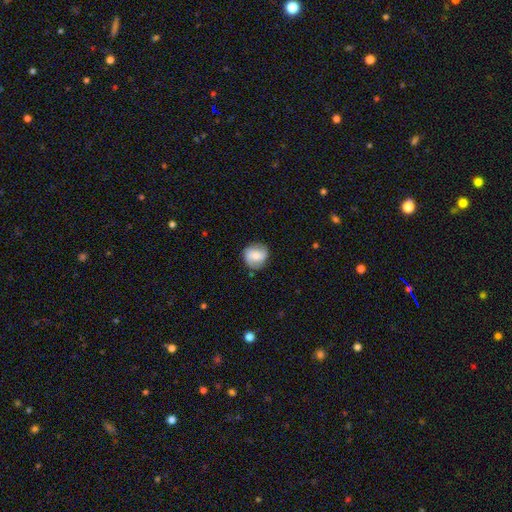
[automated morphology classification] This appears to be a smooth galaxy with no disk features (58%) that is round (84%). Merging: none (79%).